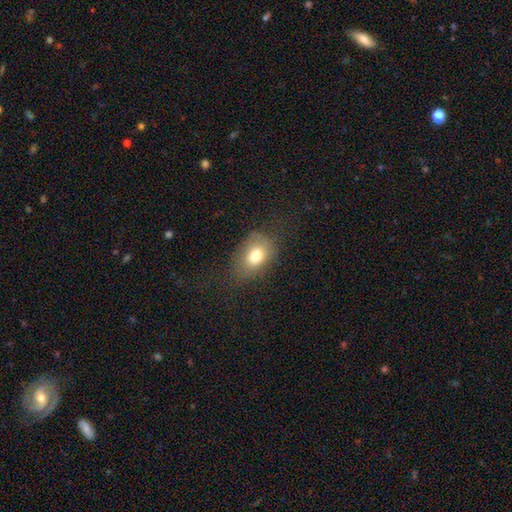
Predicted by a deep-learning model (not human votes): Q: Smooth or featured?
A: smooth (75%); runner-up: featured or disk (14%)
Q: How rounded?
A: in between (79%); runner-up: round (20%)
Q: Merging?
A: none (51%); runner-up: minor disturbance (30%)